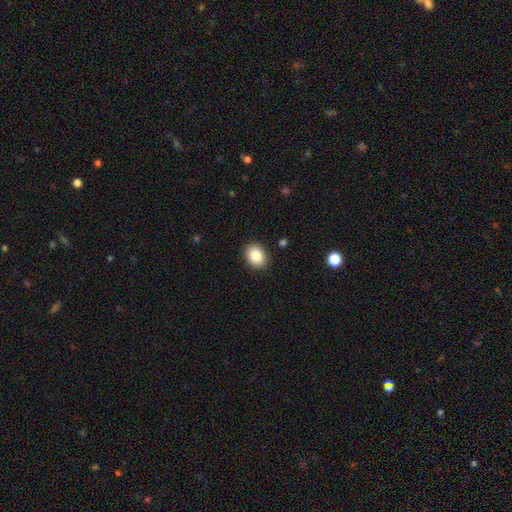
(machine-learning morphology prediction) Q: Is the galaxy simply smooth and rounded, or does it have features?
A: smooth — 85%.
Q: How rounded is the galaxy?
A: in between — 54%.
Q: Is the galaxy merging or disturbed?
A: none — 91%.